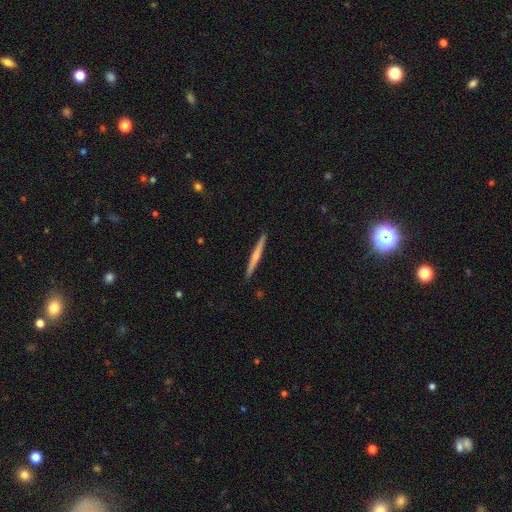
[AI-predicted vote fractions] A featured or disk galaxy (52%) viewed edge-on (98%) with a rounded central bulge (47%).

Vote fractions:
- Smooth or featured? featured or disk: 52% / smooth: 43% / star or artifact: 5%
- Edge-on disk? yes: 98% / no: 2%
- Edge-on bulge? rounded: 47% / none: 45% / boxy: 8%
- Merging? none: 92% / minor disturbance: 6% / major disturbance: 1% / merger: 1%